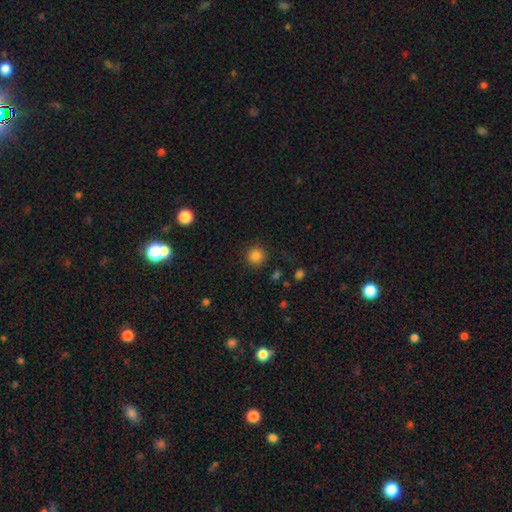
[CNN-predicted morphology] Overall: smooth (85%). How rounded: round (94%). Merging: none (89%).